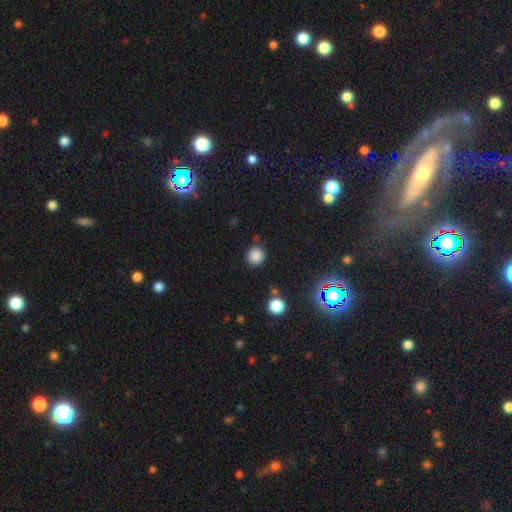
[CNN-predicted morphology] smooth 82%, star or artifact 14%, featured or disk 4%. Down the decision tree: how rounded — round (93%); merging — none (86%).